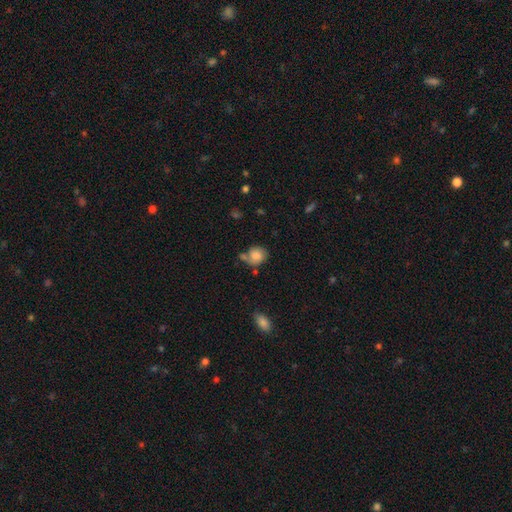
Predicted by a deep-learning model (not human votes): Smooth or featured? Predicted: smooth (p=0.73). How rounded? Predicted: round (p=0.67). Merging? Predicted: none (p=0.49).